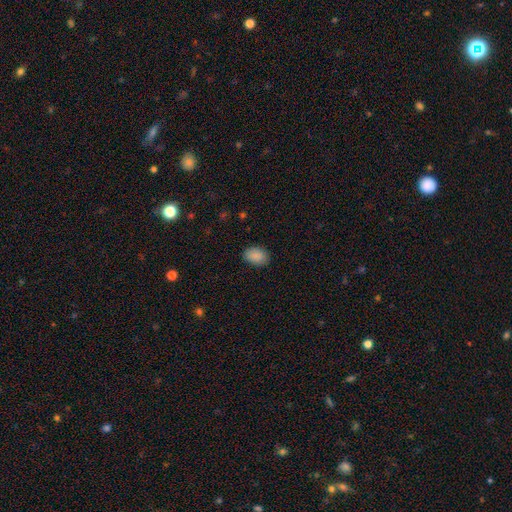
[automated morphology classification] Smooth or featured?
  - smooth: 89% *
  - star or artifact: 8%
  - featured or disk: 3%
How rounded?
  - in between: 83% *
  - round: 16%
  - cigar-shaped: 1%
Merging?
  - none: 86% *
  - minor disturbance: 11%
  - major disturbance: 2%
  - merger: 1%